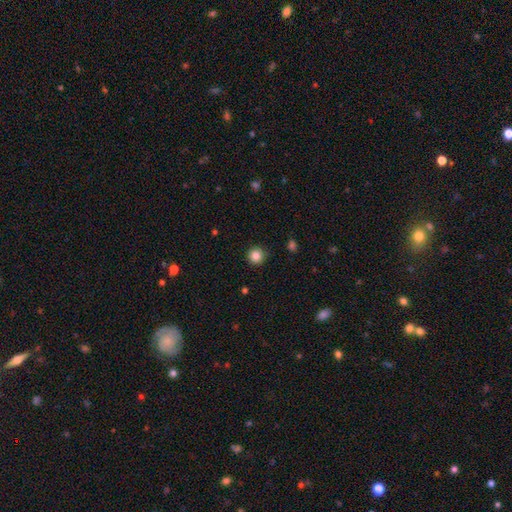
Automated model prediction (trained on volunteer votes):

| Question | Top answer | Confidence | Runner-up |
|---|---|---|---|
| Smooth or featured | smooth | 84% | star or artifact (11%) |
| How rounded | round | 95% | in between (4%) |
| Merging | none | 91% | minor disturbance (7%) |